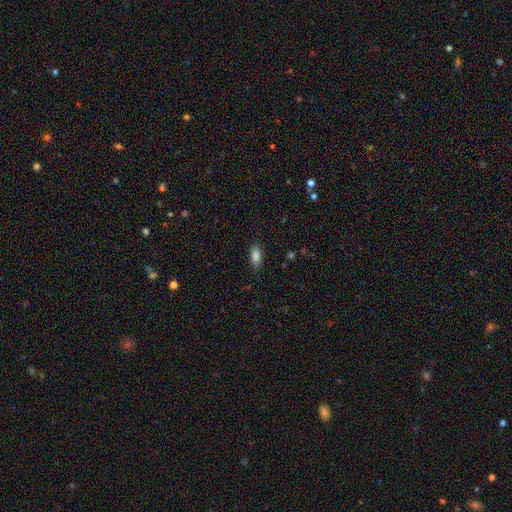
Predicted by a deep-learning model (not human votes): A smooth galaxy with no disk features (85%) that is in between round and cigar-shaped (88%). Merging: none (85%).